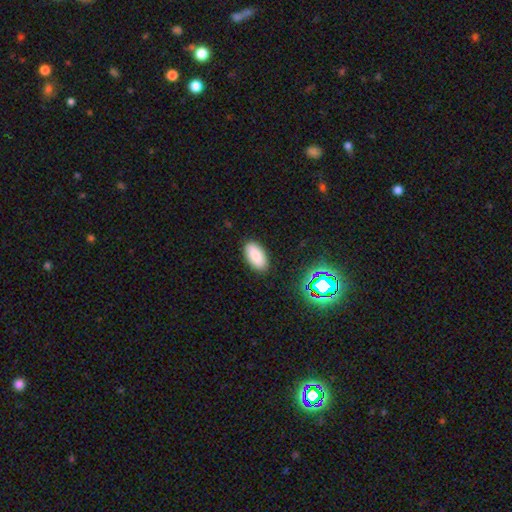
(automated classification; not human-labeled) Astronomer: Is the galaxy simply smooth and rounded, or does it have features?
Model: smooth — 85%.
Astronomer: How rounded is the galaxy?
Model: in between — 94%.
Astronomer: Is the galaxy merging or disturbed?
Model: none — 88%.